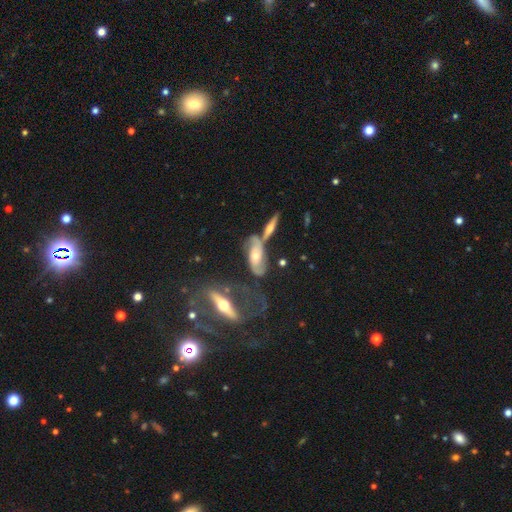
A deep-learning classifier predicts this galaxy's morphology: The model was most divided on "merging": none: 39%, merger: 29%, minor disturbance: 19%, major disturbance: 13%. More confident: smooth or featured — featured or disk (72%); edge-on disk — no (69%).